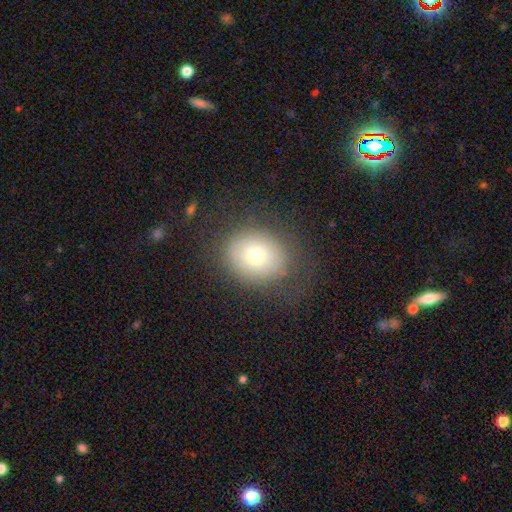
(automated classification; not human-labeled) Q: Smooth or featured?
A: smooth (70%); runner-up: featured or disk (18%)
Q: How rounded?
A: round (58%); runner-up: in between (41%)
Q: Merging?
A: none (73%); runner-up: minor disturbance (16%)